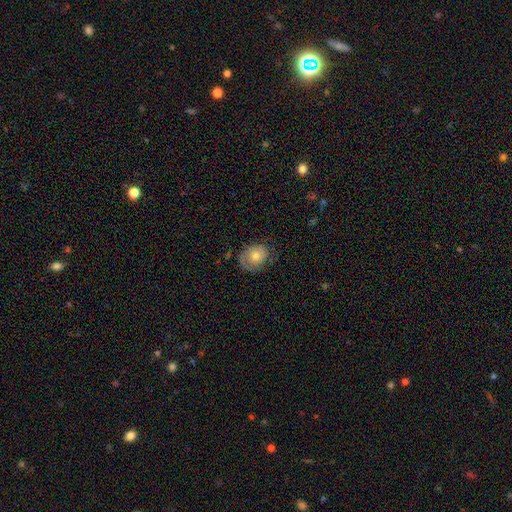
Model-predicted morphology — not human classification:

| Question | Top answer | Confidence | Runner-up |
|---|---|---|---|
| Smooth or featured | smooth | 51% | featured or disk (41%) |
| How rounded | round | 54% | in between (45%) |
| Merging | none | 65% | minor disturbance (23%) |